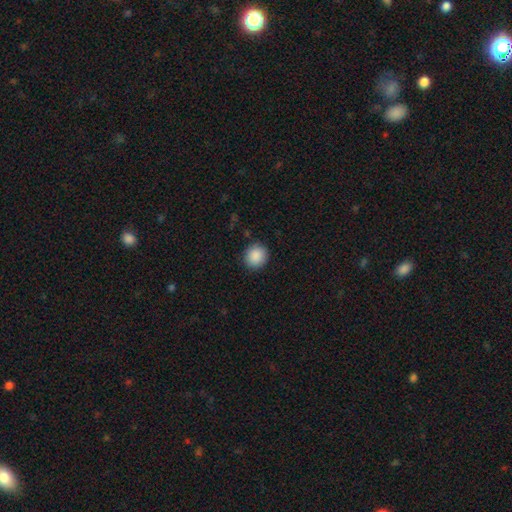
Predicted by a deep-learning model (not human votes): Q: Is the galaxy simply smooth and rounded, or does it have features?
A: smooth — 89%.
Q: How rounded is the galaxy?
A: round — 86%.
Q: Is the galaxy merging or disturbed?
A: none — 89%.